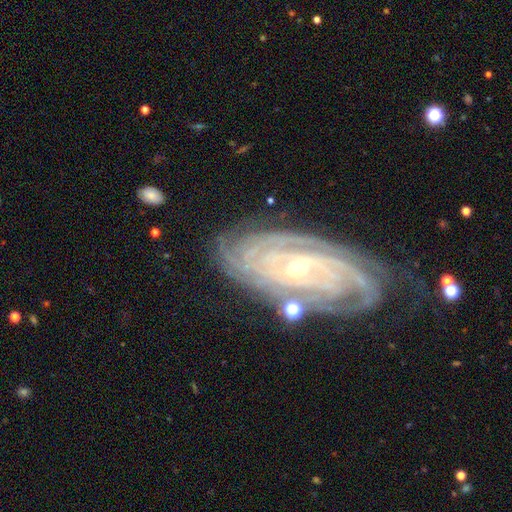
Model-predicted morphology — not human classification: A featured or disk galaxy (91%) with no bar (57%), 4 (29%) tight (85%) spiral arms (98%) and a small central bulge (75%). Merging: none (76%).